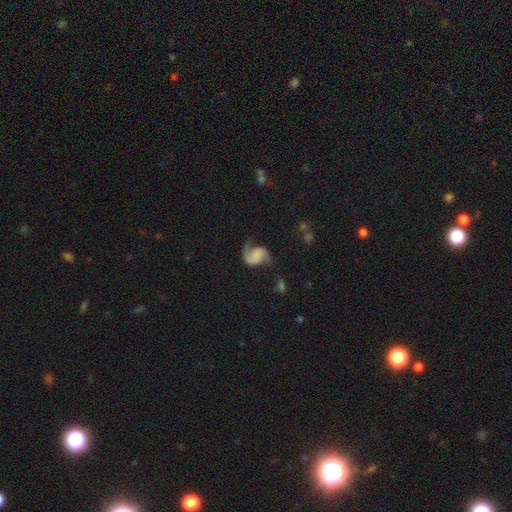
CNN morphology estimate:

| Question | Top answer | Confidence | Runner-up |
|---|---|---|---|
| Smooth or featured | featured or disk | 80% | smooth (14%) |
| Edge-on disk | no | 98% | yes (2%) |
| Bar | no | 62% | weak (29%) |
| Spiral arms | yes | 96% | no (4%) |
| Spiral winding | loose | 43% | medium (41%) |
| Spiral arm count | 2 | 82% | 1 (13%) |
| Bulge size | none | 63% | small (13%) |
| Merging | none | 58% | minor disturbance (22%) |